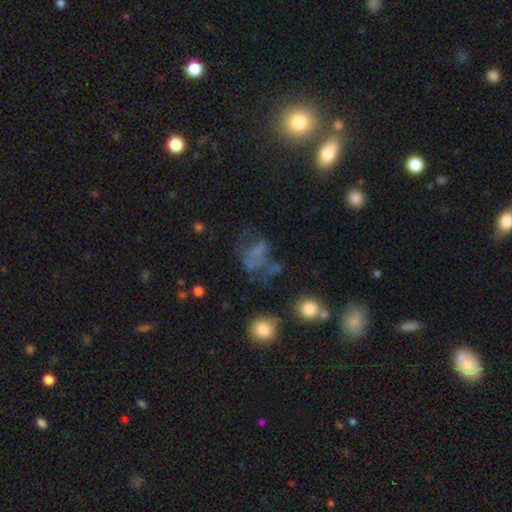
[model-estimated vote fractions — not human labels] Smooth or featured? smooth (40%)
Merging? major disturbance (36%)